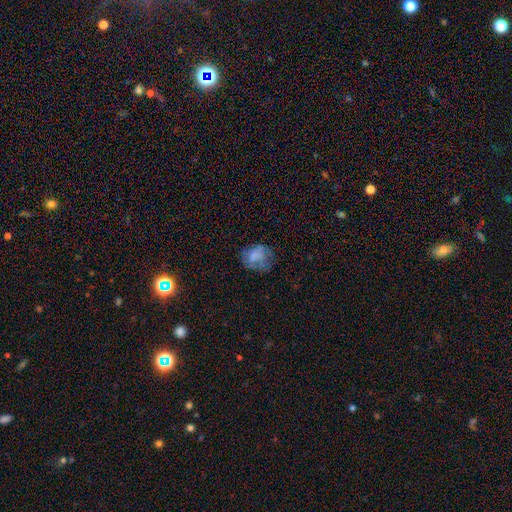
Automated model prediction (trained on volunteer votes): Smooth or featured: smooth — 66% (featured or disk — 23%)
How rounded: round — 55% (in between — 44%)
Merging: none — 53% (minor disturbance — 26%)